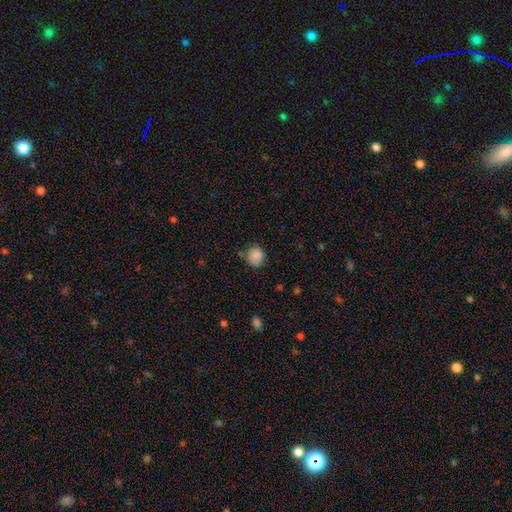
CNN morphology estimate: Overall: smooth (86%). How rounded: round (80%). Merging: none (67%).